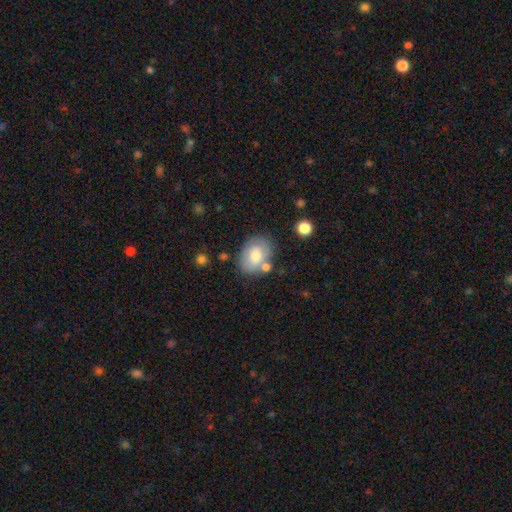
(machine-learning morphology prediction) Smooth or featured? smooth (72%)
How rounded? in between (72%)
Merging? none (67%)